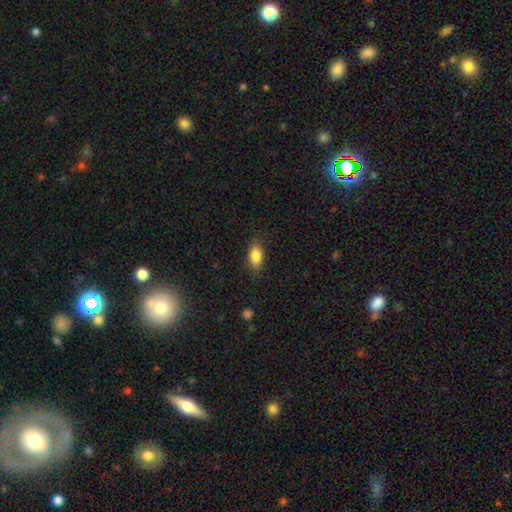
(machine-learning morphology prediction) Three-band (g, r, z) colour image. It shows a smooth galaxy with no disk features (85%) that is in between round and cigar-shaped (88%). Merging: none (84%).